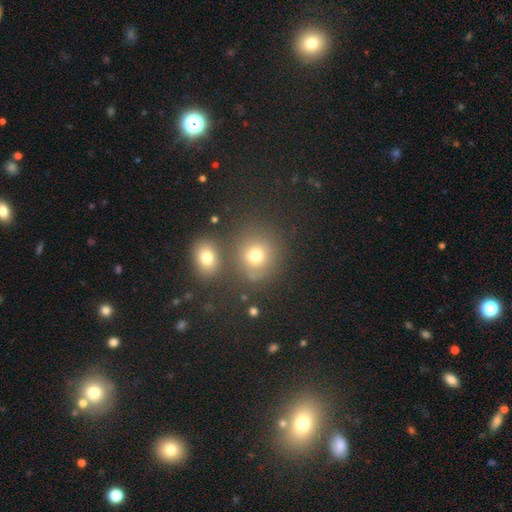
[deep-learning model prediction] Q: Smooth or featured?
A: smooth (72%); runner-up: star or artifact (16%)
Q: How rounded?
A: round (76%); runner-up: in between (23%)
Q: Merging?
A: none (61%); runner-up: merger (22%)